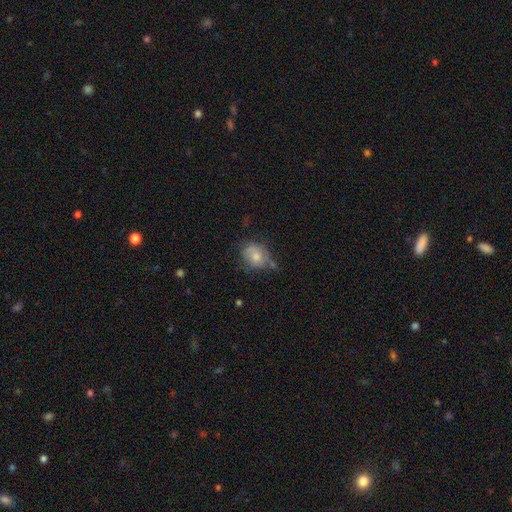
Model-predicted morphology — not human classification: Smooth or featured? Predicted: smooth (p=0.65). How rounded? Predicted: round (p=0.53). Merging? Predicted: none (p=0.41).